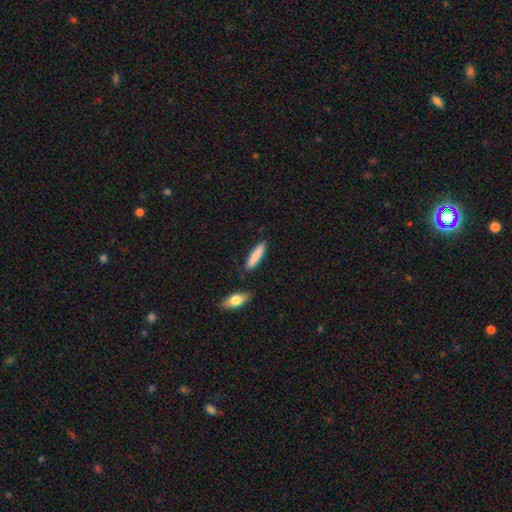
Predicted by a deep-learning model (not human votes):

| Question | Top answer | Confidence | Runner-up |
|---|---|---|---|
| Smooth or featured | smooth | 86% | featured or disk (9%) |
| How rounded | cigar-shaped | 75% | in between (24%) |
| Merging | none | 85% | minor disturbance (9%) |